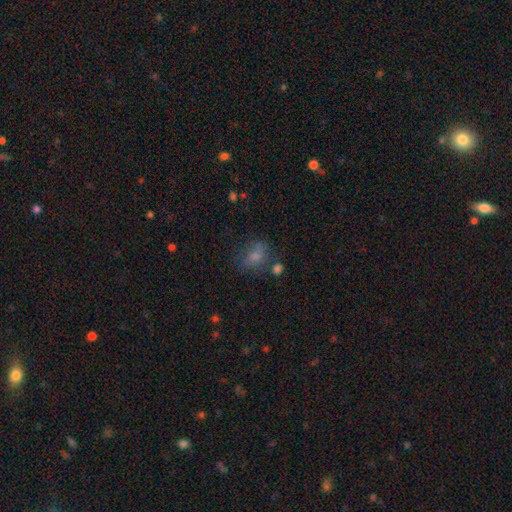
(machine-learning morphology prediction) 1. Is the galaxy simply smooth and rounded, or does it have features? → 72% smooth, 14% star or artifact, 14% featured or disk.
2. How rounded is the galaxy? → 67% in between, 31% round, 2% cigar-shaped.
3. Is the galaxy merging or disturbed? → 53% none, 23% minor disturbance, 14% major disturbance, 11% merger.